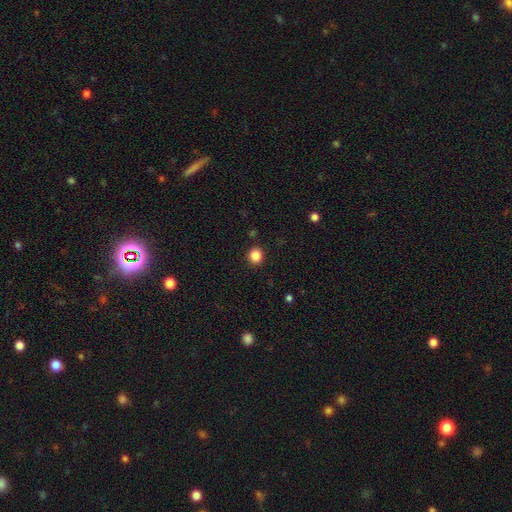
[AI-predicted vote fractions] A smooth galaxy with no disk features (86%) that is round (84%). Merging: none (91%).